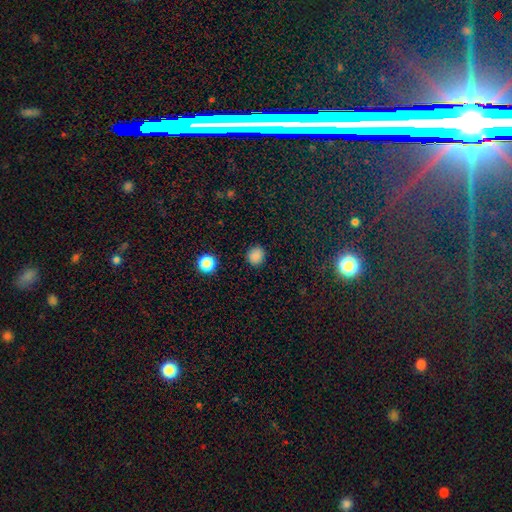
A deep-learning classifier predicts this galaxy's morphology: The model was most divided on "smooth or featured": smooth: 83%, star or artifact: 13%, featured or disk: 3%. More confident: merging — none (87%); how rounded — round (85%).